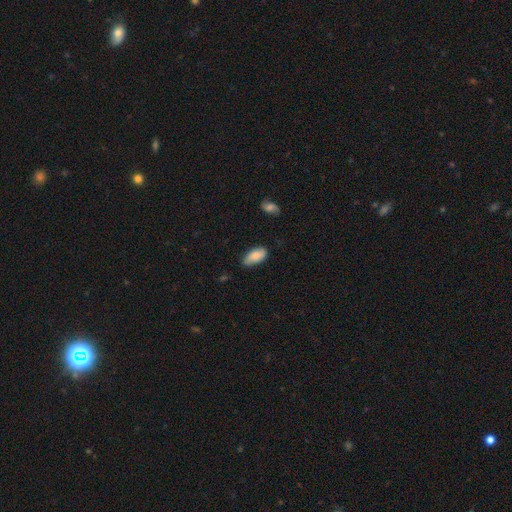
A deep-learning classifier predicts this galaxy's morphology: The model was most divided on "merging": none: 68%, minor disturbance: 27%, major disturbance: 4%, merger: 2%. More confident: how rounded — in between (93%); smooth or featured — smooth (83%).